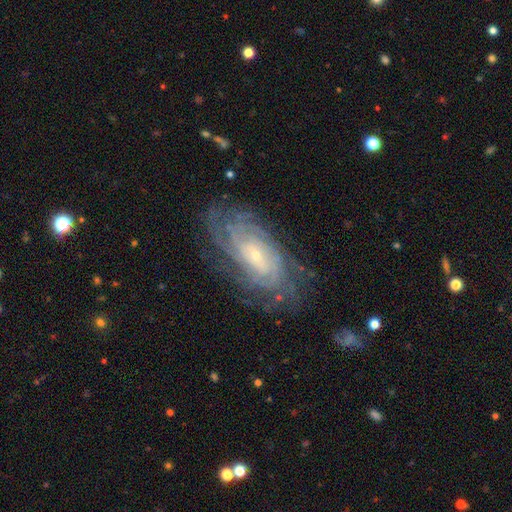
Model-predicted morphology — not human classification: Q: Smooth or featured?
A: featured or disk (83%); runner-up: smooth (10%)
Q: Edge-on disk?
A: no (94%); runner-up: yes (6%)
Q: Bar?
A: no (66%); runner-up: weak (26%)
Q: Spiral arms?
A: yes (95%); runner-up: no (5%)
Q: Spiral winding?
A: tight (75%); runner-up: medium (20%)
Q: Spiral arm count?
A: can't tell (39%); runner-up: 4 (19%)
Q: Bulge size?
A: small (80%); runner-up: moderate (16%)
Q: Merging?
A: none (76%); runner-up: minor disturbance (16%)